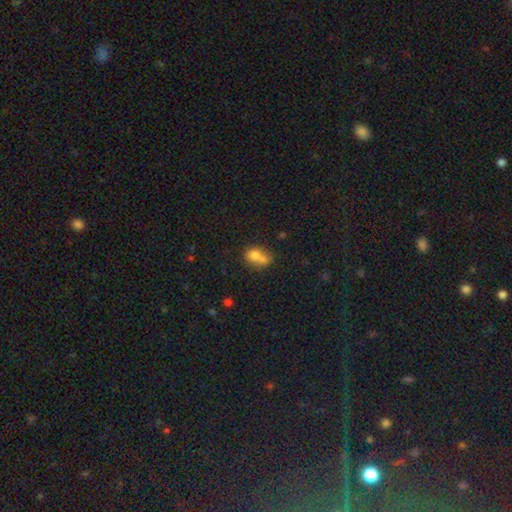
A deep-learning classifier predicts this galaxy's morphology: This appears to be a smooth galaxy with no disk features (72%) that is round (49%, tied with in between). Merging: merger (59%).